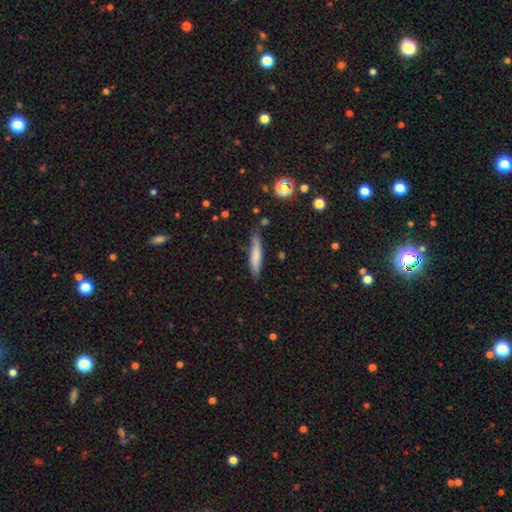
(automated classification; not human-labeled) This appears to be a smooth galaxy with no disk features (74%) that is cigar-shaped (88%). Merging: none (80%).